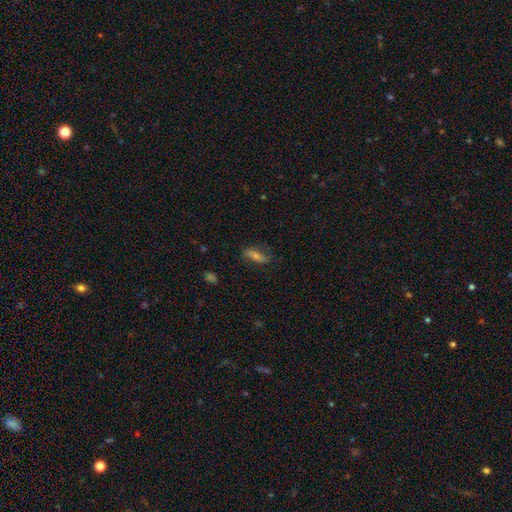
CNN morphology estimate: This appears to be a featured or disk galaxy (47%). Merging: none (77%).